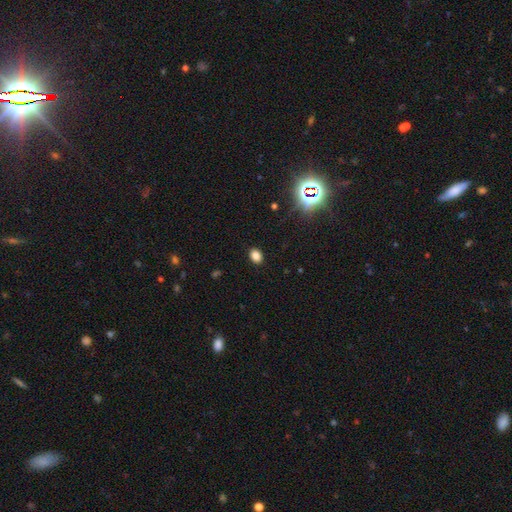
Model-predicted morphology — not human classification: smooth 81%, star or artifact 15%, featured or disk 4%. Down the decision tree: how rounded — in between (69%); merging — none (90%).